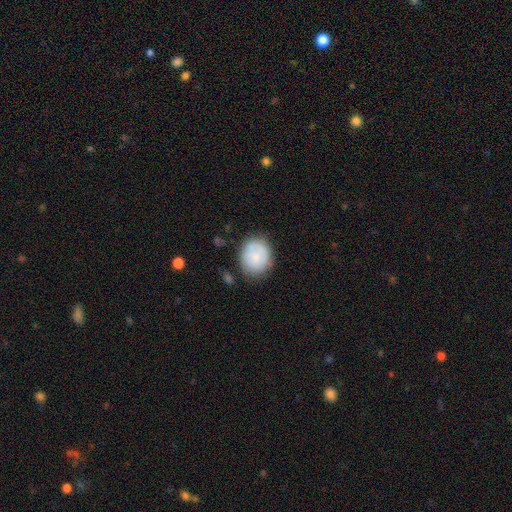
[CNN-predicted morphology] A smooth galaxy with no disk features (76%) that is round (64%). Merging: none (71%).